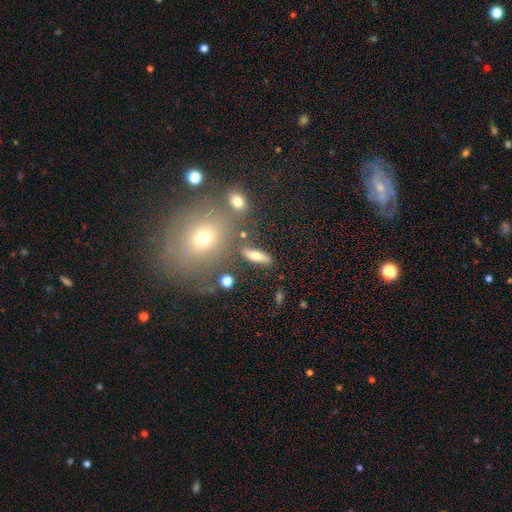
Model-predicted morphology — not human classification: Smooth or featured?
  - smooth: 64% *
  - featured or disk: 25%
  - star or artifact: 11%
How rounded?
  - in between: 52% *
  - cigar-shaped: 41%
  - round: 7%
Merging?
  - none: 75% *
  - minor disturbance: 12%
  - merger: 8%
  - major disturbance: 5%